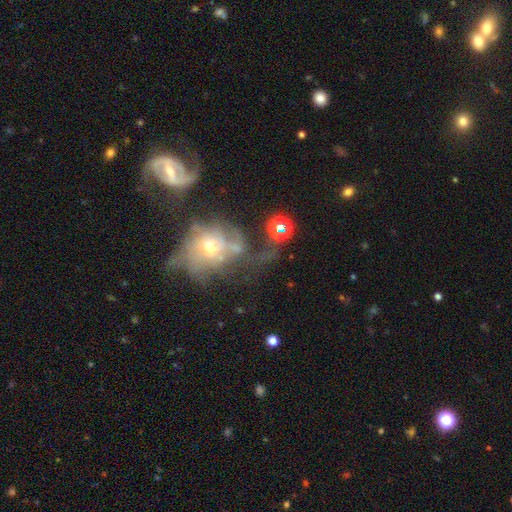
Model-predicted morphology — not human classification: Smooth or featured: featured or disk — 69% (smooth — 16%)
Edge-on disk: no — 94% (yes — 6%)
Bar: no — 69% (weak — 23%)
Spiral arms: yes — 84% (no — 16%)
Spiral winding: tight — 42% (medium — 37%)
Spiral arm count: can't tell — 33% (2 — 32%)
Bulge size: moderate — 51% (small — 41%)
Merging: none — 42% (merger — 24%)